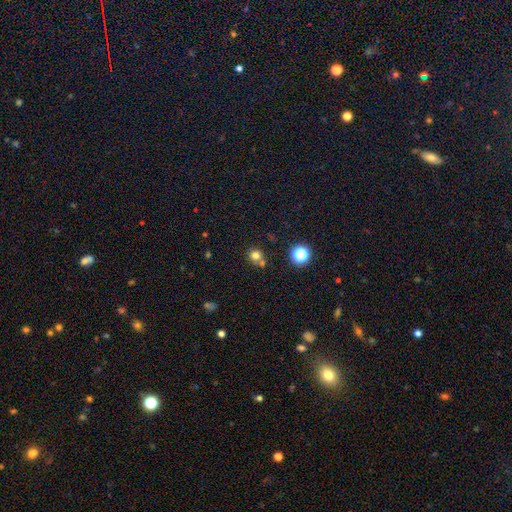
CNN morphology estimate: smooth 74%, star or artifact 17%, featured or disk 9%. Down the decision tree: how rounded — round (87%); merging — none (61%).